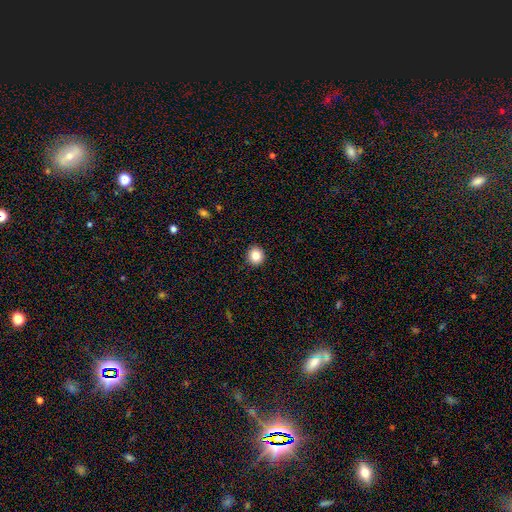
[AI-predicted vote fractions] Smooth or featured?
  - smooth: 84% *
  - star or artifact: 10%
  - featured or disk: 6%
How rounded?
  - round: 90% *
  - in between: 9%
  - cigar-shaped: 1%
Merging?
  - none: 92% *
  - minor disturbance: 5%
  - major disturbance: 2%
  - merger: 1%